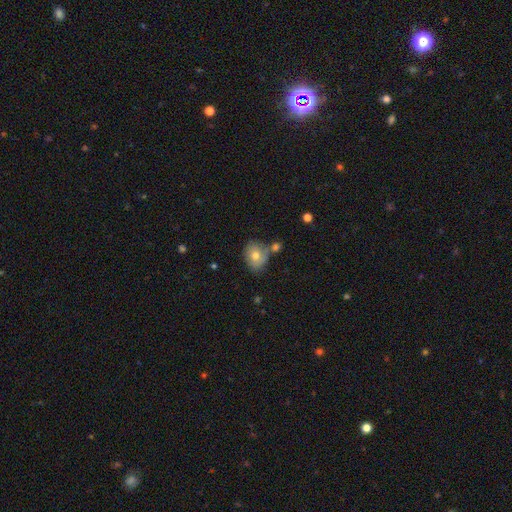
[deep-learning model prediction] This is likely a smooth galaxy (70%). How rounded: possibly round (50%). Merging: possibly none (55%).